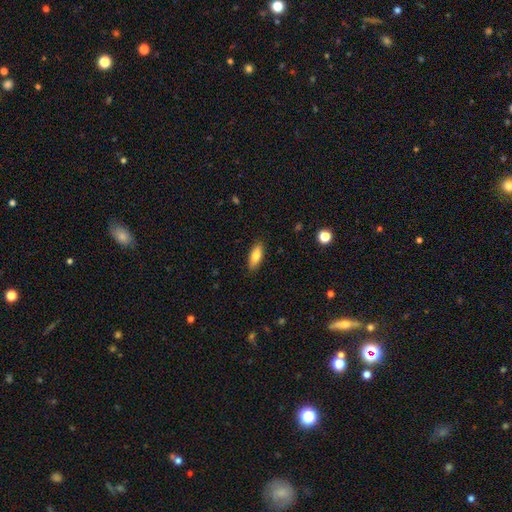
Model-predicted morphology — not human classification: Smooth or featured?
  - smooth: 82% *
  - featured or disk: 12%
  - star or artifact: 7%
How rounded?
  - in between: 76% *
  - cigar-shaped: 22%
  - round: 2%
Merging?
  - none: 87% *
  - minor disturbance: 9%
  - major disturbance: 2%
  - merger: 1%